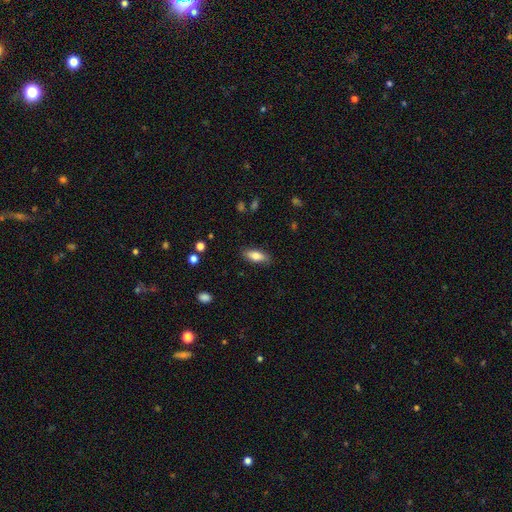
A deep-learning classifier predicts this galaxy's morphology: Q: Smooth or featured?
A: smooth (77%); runner-up: featured or disk (16%)
Q: How rounded?
A: in between (78%); runner-up: cigar-shaped (19%)
Q: Merging?
A: none (85%); runner-up: minor disturbance (12%)